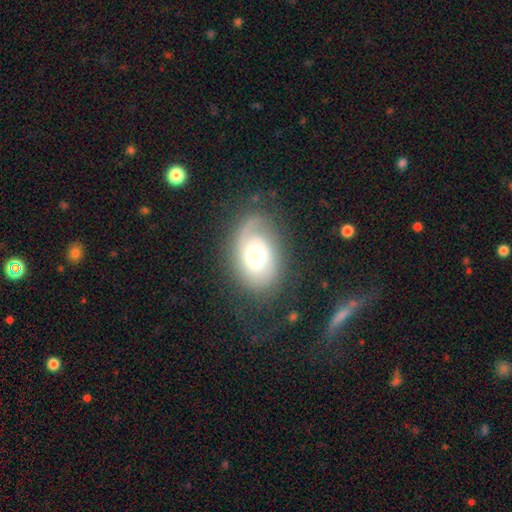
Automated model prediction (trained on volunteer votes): Q: Smooth or featured?
A: featured or disk (71%); runner-up: smooth (22%)
Q: Edge-on disk?
A: no (96%); runner-up: yes (4%)
Q: Bar?
A: no (73%); runner-up: weak (22%)
Q: Spiral arms?
A: yes (88%); runner-up: no (12%)
Q: Spiral winding?
A: tight (47%); runner-up: medium (36%)
Q: Spiral arm count?
A: 2 (44%); runner-up: 1 (37%)
Q: Bulge size?
A: moderate (47%); runner-up: large (40%)
Q: Merging?
A: none (69%); runner-up: minor disturbance (18%)